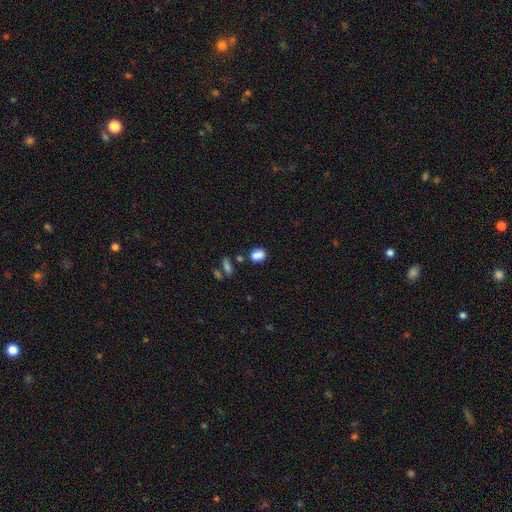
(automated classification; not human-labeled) Q: Smooth or featured?
A: smooth (82%); runner-up: star or artifact (11%)
Q: How rounded?
A: in between (55%); runner-up: round (44%)
Q: Merging?
A: none (61%); runner-up: minor disturbance (17%)